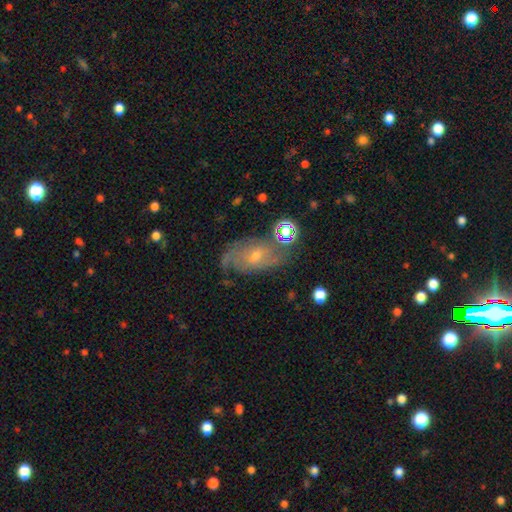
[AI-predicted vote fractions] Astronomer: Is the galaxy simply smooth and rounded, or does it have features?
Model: featured or disk — 63%.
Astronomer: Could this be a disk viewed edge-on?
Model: no — 93%.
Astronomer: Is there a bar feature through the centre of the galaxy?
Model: no — 66%.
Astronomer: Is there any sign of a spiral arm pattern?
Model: yes — 79%.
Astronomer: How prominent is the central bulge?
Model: small — 59% (runner-up: moderate, 36%).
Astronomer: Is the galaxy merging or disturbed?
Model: none — 63%.